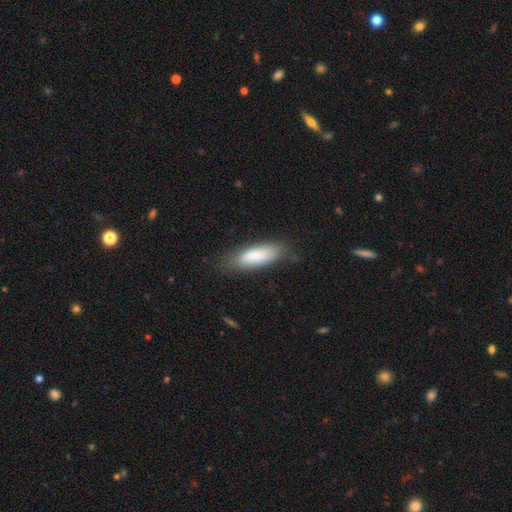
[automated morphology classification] The model was most divided on "how rounded": in between: 62%, cigar-shaped: 36%, round: 2%. More confident: smooth or featured — smooth (78%); merging — none (72%).